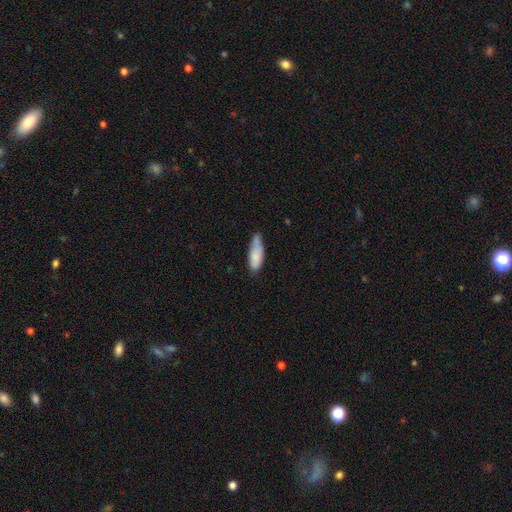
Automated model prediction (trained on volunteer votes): Smooth or featured: smooth — 80% (featured or disk — 13%)
How rounded: in between — 60% (cigar-shaped — 38%)
Merging: none — 48% (minor disturbance — 36%)